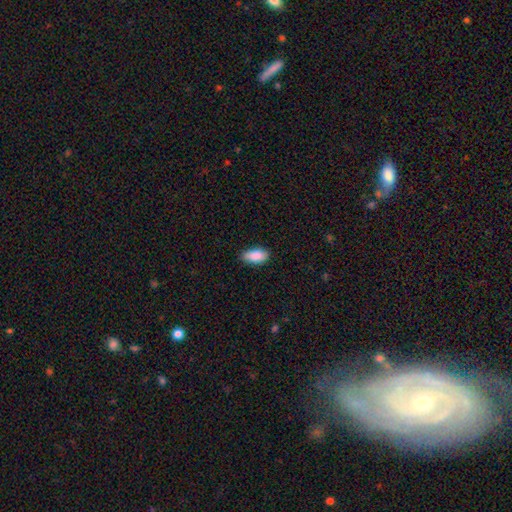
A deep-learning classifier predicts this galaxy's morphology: Smooth or featured? smooth (89%)
How rounded? in between (91%)
Merging? none (81%)